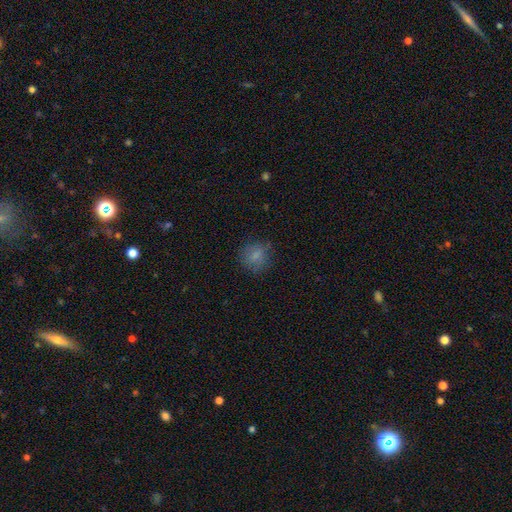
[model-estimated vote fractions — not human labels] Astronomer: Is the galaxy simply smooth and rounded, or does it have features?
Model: smooth — 81%.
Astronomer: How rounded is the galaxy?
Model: round — 84%.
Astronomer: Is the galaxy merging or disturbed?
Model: none — 79%.